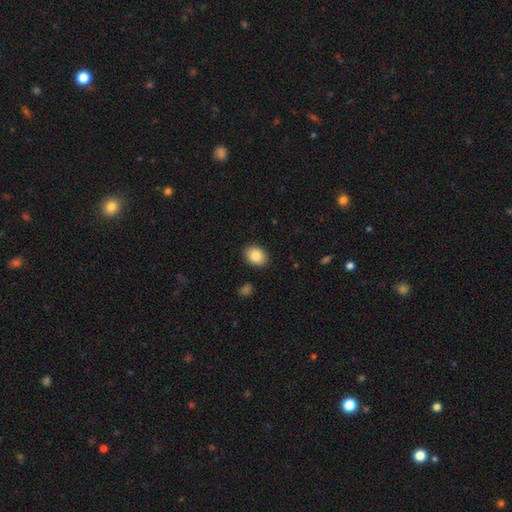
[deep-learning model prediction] A smooth galaxy with no disk features (88%) that is in between round and cigar-shaped (71%).

Vote fractions:
- Smooth or featured? smooth: 88% / star or artifact: 7% / featured or disk: 5%
- How rounded? in between: 71% / round: 28% / cigar-shaped: 1%
- Merging? none: 89% / minor disturbance: 8% / major disturbance: 2% / merger: 1%